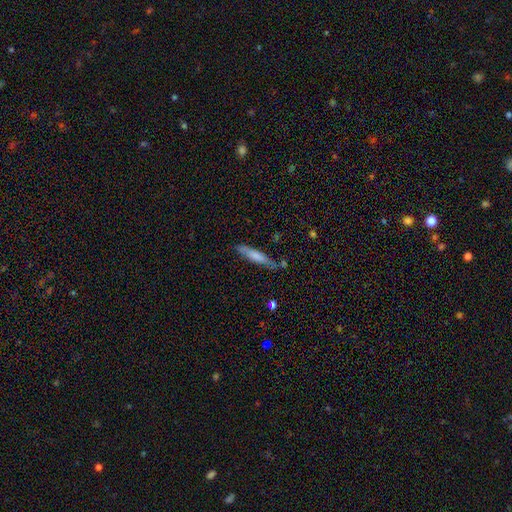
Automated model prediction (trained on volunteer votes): This appears to be a smooth galaxy with no disk features (68%) that is cigar-shaped (86%). Merging: none (72%).